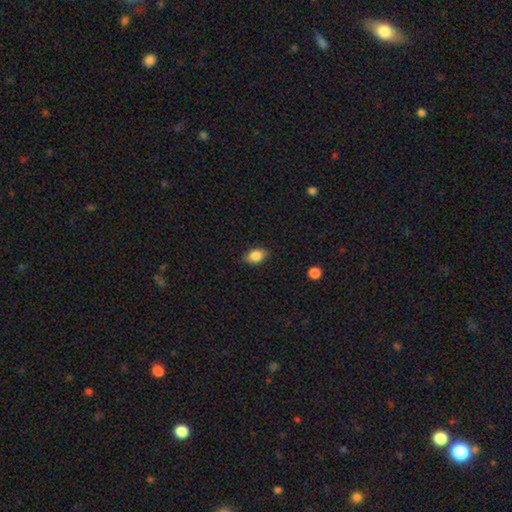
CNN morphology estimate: Smooth or featured: smooth — 84% (star or artifact — 9%)
How rounded: in between — 83% (round — 15%)
Merging: none — 82% (minor disturbance — 15%)